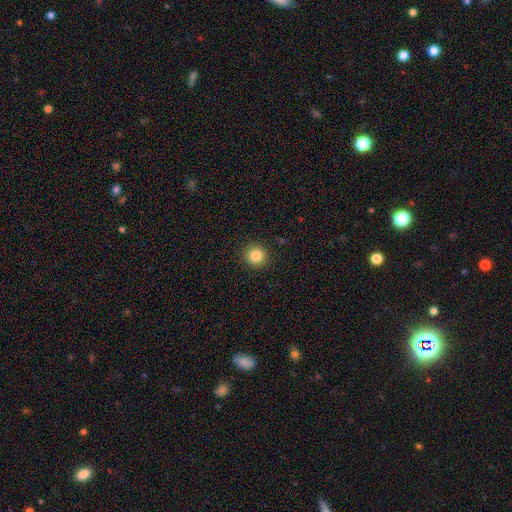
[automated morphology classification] Q: Smooth or featured?
A: smooth (85%); runner-up: star or artifact (11%)
Q: How rounded?
A: round (94%); runner-up: in between (5%)
Q: Merging?
A: none (92%); runner-up: minor disturbance (5%)